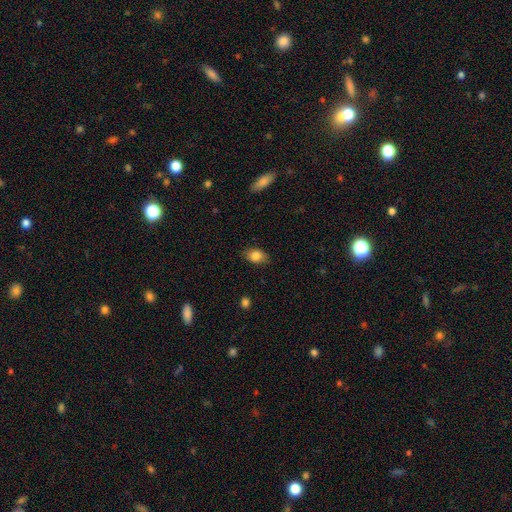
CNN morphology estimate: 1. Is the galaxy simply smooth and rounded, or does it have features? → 84% smooth, 8% star or artifact, 8% featured or disk.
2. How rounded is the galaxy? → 79% in between, 20% round, 2% cigar-shaped.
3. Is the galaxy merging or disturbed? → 82% none, 13% minor disturbance, 3% major disturbance, 1% merger.